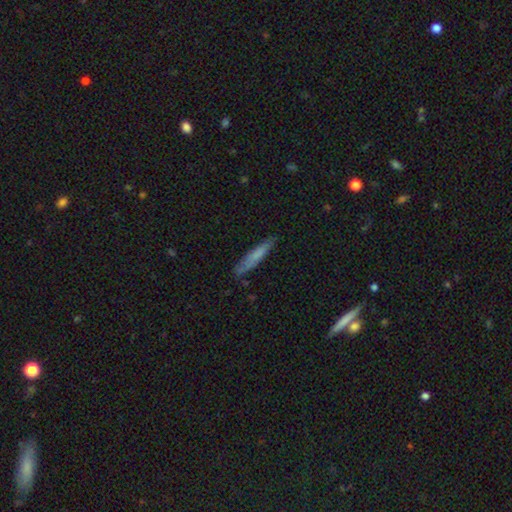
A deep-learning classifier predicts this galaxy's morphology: This is likely a smooth galaxy (66%). How rounded: clearly cigar-shaped (91%). Merging: likely none (79%).